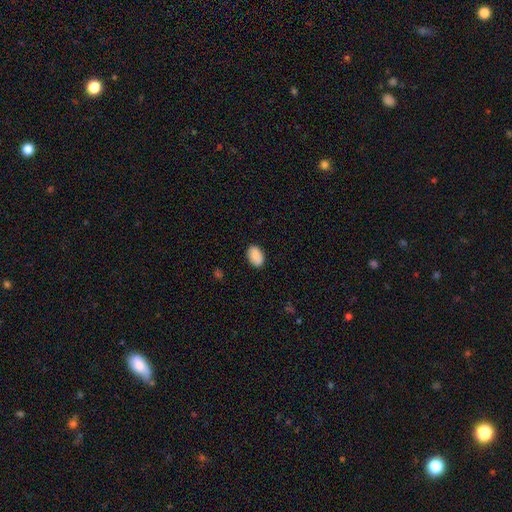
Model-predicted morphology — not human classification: type=smooth (88%); roundness=in between (88%); merging=none (86%).